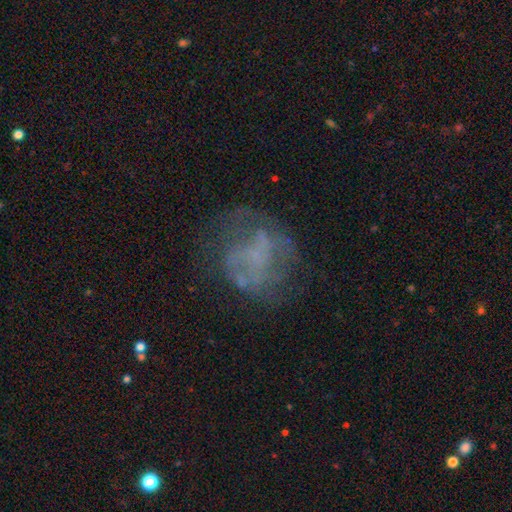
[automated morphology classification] Smooth or featured? Predicted: featured or disk (p=0.58). Edge-on disk? Predicted: no (p=0.98). Bar? Predicted: no (p=0.78). Spiral arms? Predicted: no (p=0.62). Bulge size? Predicted: none (p=0.70). Merging? Predicted: none (p=0.56).